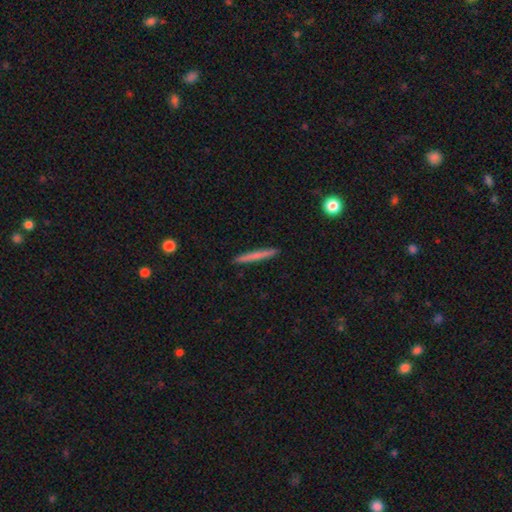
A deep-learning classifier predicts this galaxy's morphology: Smooth or featured: smooth — 70% (featured or disk — 24%)
How rounded: cigar-shaped — 96% (in between — 2%)
Merging: none — 92% (minor disturbance — 6%)